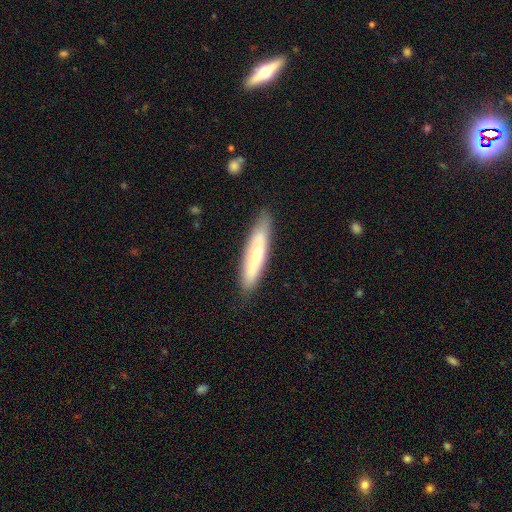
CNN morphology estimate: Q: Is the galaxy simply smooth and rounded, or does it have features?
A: smooth — 60%.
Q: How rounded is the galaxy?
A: cigar-shaped — 81%.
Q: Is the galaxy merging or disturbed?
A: none — 83%.